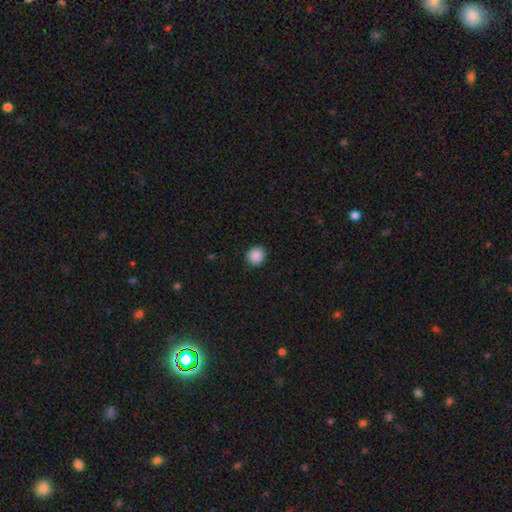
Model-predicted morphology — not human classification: smooth-or-featured: smooth: 89% | star or artifact: 9% | featured or disk: 2%
  how-rounded: round: 89% | in between: 10% | cigar-shaped: 1%
  merging: none: 91% | minor disturbance: 6% | major disturbance: 2% | merger: 1%